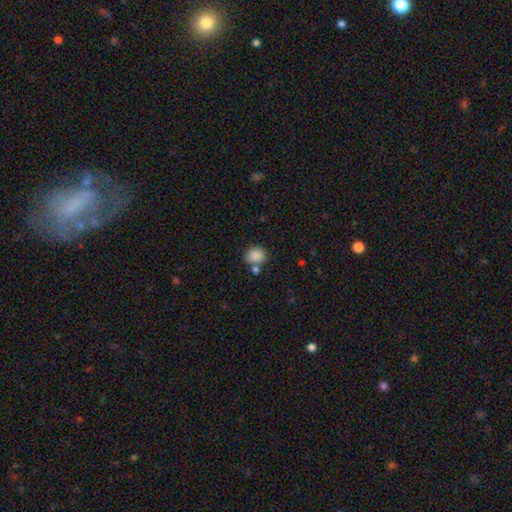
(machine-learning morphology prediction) Smooth or featured? Predicted: smooth (p=0.86). How rounded? Predicted: round (p=0.70). Merging? Predicted: none (p=0.66).